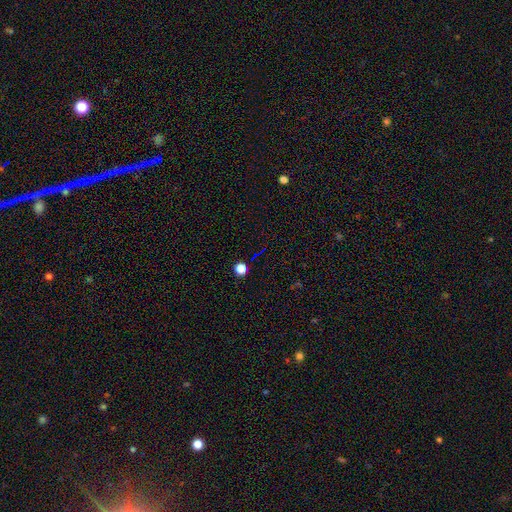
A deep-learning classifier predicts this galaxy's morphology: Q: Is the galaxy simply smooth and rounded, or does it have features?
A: star or artifact — 55%.